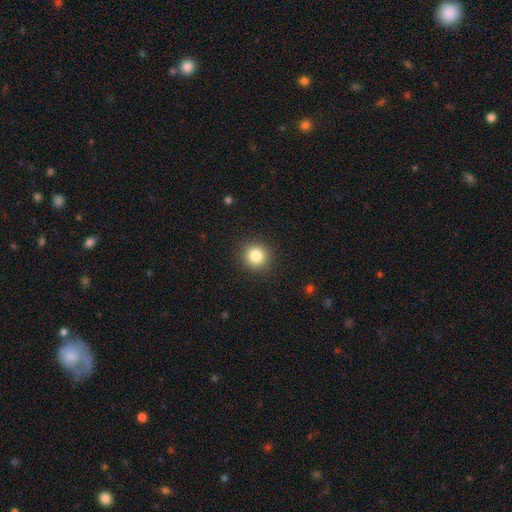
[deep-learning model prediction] smooth_or_featured: smooth (p=0.83) [alt: star or artifact p=0.11]
how_rounded: round (p=0.92) [alt: in between p=0.07]
merging: none (p=0.91) [alt: minor disturbance p=0.06]